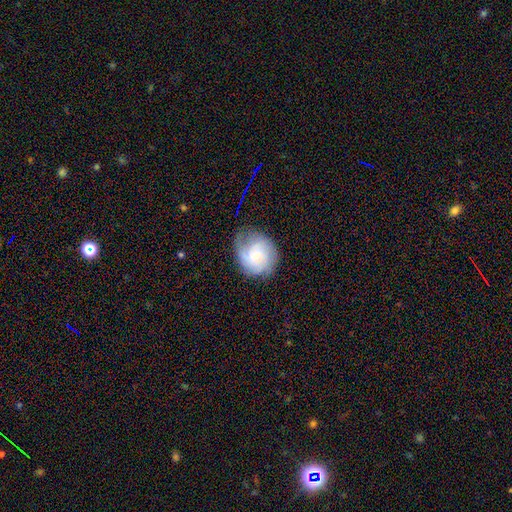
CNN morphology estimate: The model was most divided on "bulge size": small: 55%, moderate: 38%, large: 4%, none: 2%, dominant: 1%. More confident: edge-on disk — no (97%); spiral arms — yes (88%); bar — no (74%); merging — none (64%); smooth or featured — featured or disk (56%).